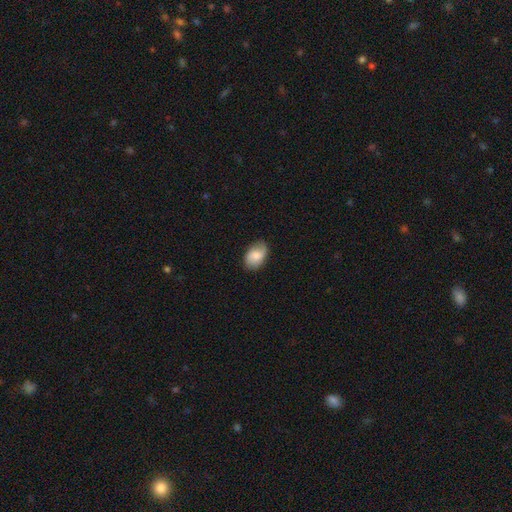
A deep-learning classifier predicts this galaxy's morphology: Smooth or featured? Predicted: smooth (p=0.70). How rounded? Predicted: in between (p=0.86). Merging? Predicted: none (p=0.79).